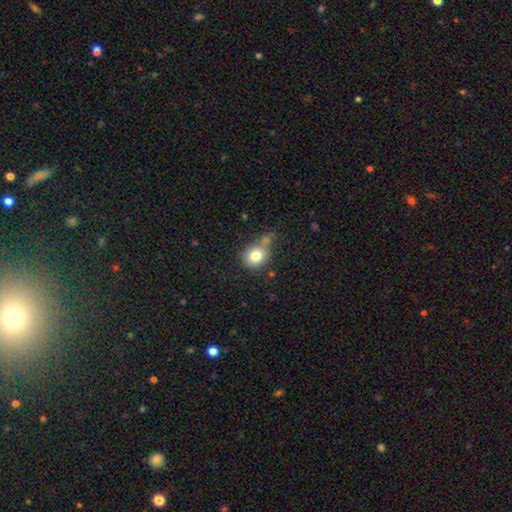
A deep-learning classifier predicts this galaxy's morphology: Smooth or featured: smooth — 78% (featured or disk — 11%)
How rounded: round — 72% (in between — 27%)
Merging: none — 49% (merger — 21%)